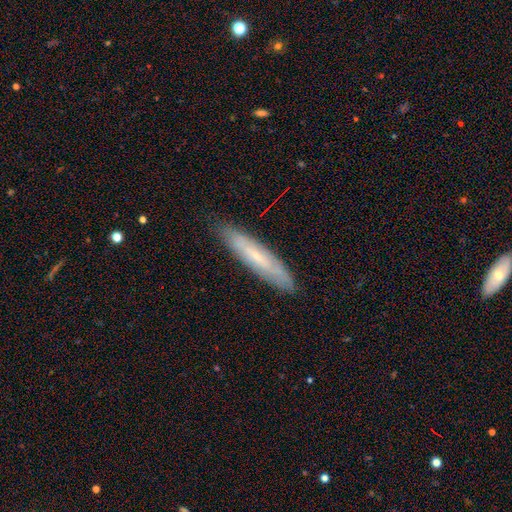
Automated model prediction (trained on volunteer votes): Smooth or featured? Predicted: featured or disk (p=0.51). Edge-on disk? Predicted: yes (p=0.59). Merging? Predicted: none (p=0.87).